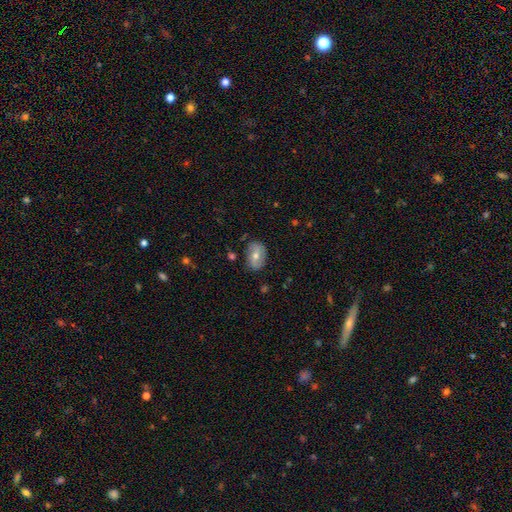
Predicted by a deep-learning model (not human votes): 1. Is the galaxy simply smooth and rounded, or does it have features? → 47% smooth, 44% featured or disk, 9% star or artifact.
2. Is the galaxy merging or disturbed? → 76% none, 18% minor disturbance, 4% major disturbance, 2% merger.